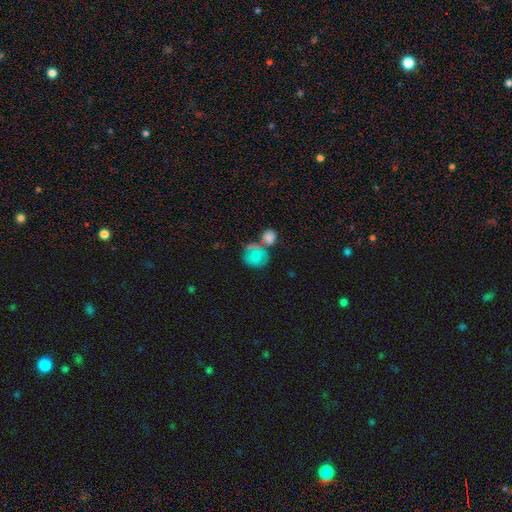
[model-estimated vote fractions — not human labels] A smooth galaxy with no disk features (72%) that is round (68%).

Vote fractions:
- Smooth or featured? smooth: 72% / featured or disk: 17% / star or artifact: 11%
- How rounded? round: 68% / in between: 30% / cigar-shaped: 1%
- Merging? none: 37% / merger: 36% / minor disturbance: 16% / major disturbance: 10%